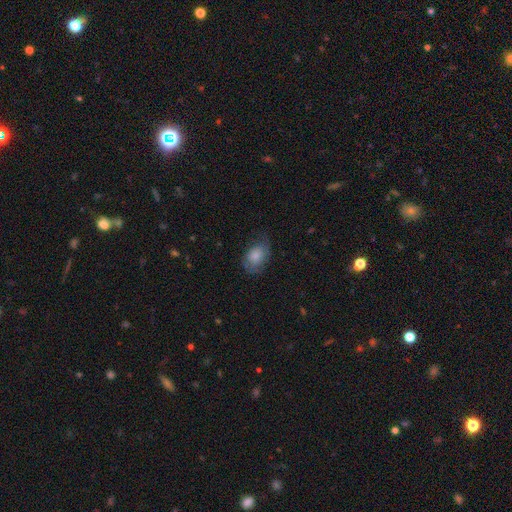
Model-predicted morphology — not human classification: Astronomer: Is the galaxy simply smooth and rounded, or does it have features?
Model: smooth — 79%.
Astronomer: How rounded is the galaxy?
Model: in between — 83%.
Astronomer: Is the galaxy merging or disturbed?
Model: none — 56%.